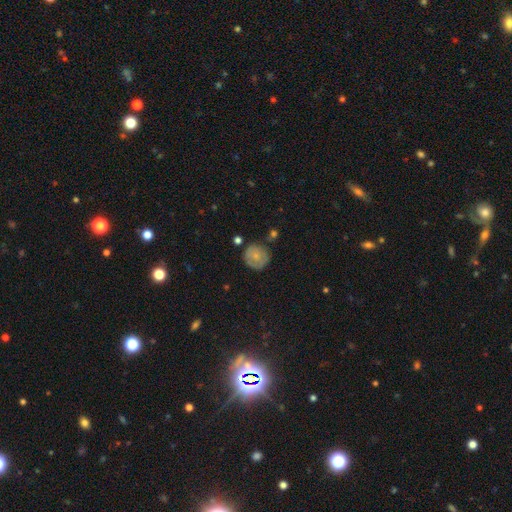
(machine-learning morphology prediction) smooth_or_featured: smooth (p=0.72) [alt: featured or disk p=0.20]
how_rounded: round (p=0.88) [alt: in between p=0.11]
merging: none (p=0.70) [alt: minor disturbance p=0.21]